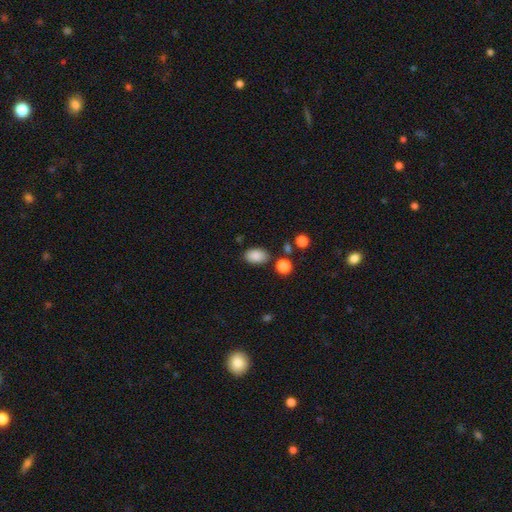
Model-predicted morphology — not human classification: Smooth or featured? smooth (87%)
How rounded? in between (89%)
Merging? none (81%)